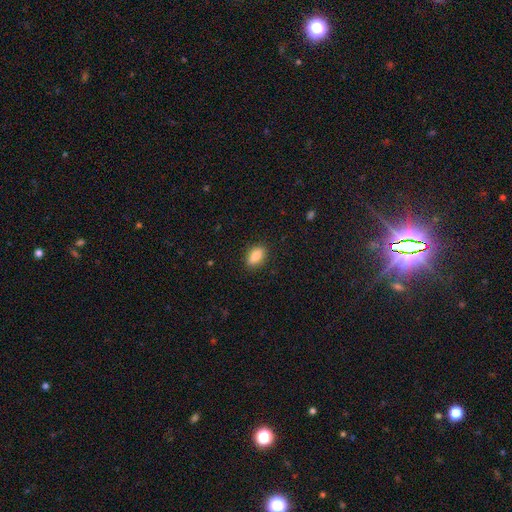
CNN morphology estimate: Q: Smooth or featured?
A: smooth (83%); runner-up: featured or disk (10%)
Q: How rounded?
A: in between (85%); runner-up: cigar-shaped (8%)
Q: Merging?
A: none (87%); runner-up: minor disturbance (9%)